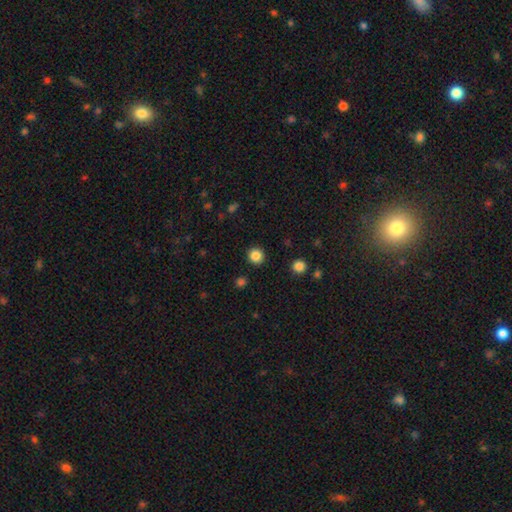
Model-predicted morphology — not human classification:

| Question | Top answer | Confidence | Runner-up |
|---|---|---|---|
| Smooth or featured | smooth | 86% | star or artifact (11%) |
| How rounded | round | 93% | in between (7%) |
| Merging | none | 92% | minor disturbance (5%) |